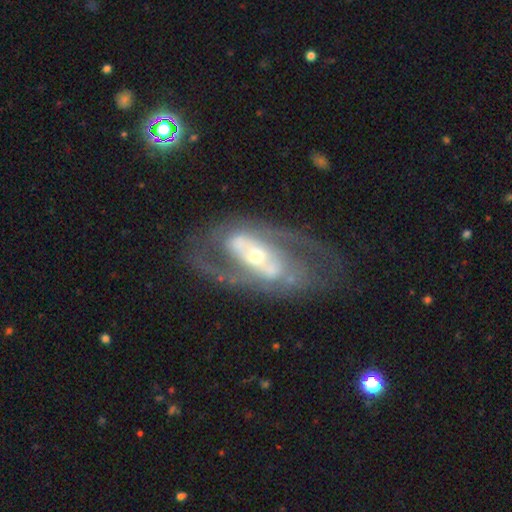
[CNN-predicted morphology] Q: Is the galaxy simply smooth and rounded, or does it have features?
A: featured or disk — 83%.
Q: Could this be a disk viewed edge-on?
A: no — 93%.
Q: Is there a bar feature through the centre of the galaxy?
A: no — 41%.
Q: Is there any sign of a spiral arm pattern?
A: yes — 75%.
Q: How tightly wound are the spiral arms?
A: medium — 46%.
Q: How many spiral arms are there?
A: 2 — 77%.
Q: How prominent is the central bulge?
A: moderate — 49%.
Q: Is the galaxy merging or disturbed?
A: none — 65%.